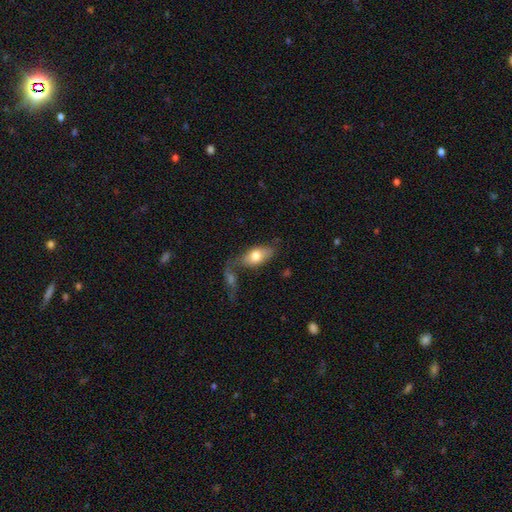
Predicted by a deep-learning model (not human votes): The model was most divided on "merging": none: 43%, merger: 29%, minor disturbance: 17%, major disturbance: 10%. More confident: how rounded — in between (89%); smooth or featured — smooth (71%).